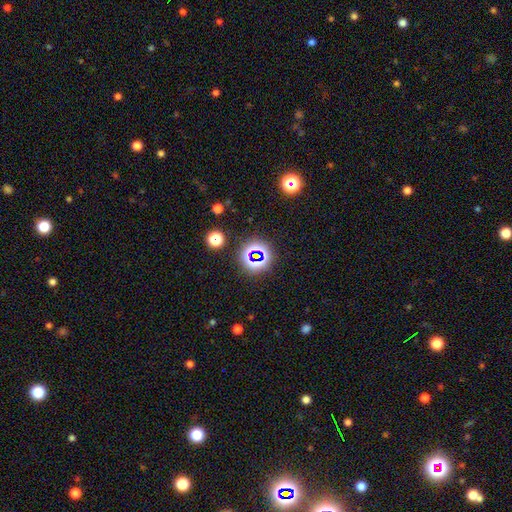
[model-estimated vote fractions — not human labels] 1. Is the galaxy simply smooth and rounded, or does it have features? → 67% star or artifact, 23% smooth, 10% featured or disk.